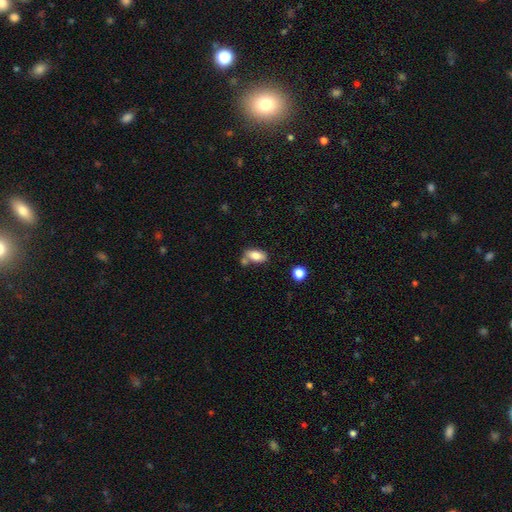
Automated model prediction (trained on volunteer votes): smooth 83%, featured or disk 9%, star or artifact 8%. Down the decision tree: how rounded — in between (90%); merging — none (62%).